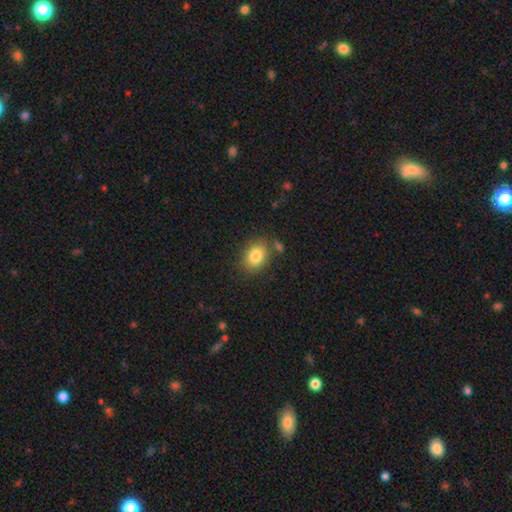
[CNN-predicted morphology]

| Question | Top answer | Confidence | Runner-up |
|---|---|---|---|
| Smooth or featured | smooth | 83% | star or artifact (9%) |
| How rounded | in between | 68% | round (31%) |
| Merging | none | 76% | minor disturbance (13%) |